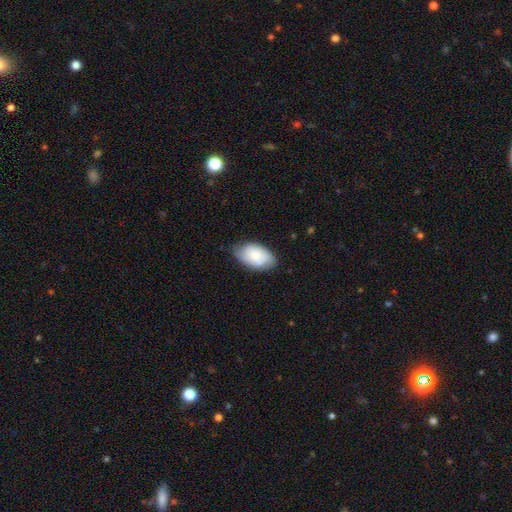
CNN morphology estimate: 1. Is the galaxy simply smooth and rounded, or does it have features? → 69% smooth, 24% featured or disk, 6% star or artifact.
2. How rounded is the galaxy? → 93% in between, 5% round, 1% cigar-shaped.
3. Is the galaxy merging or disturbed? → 69% none, 26% minor disturbance, 4% major disturbance, 2% merger.